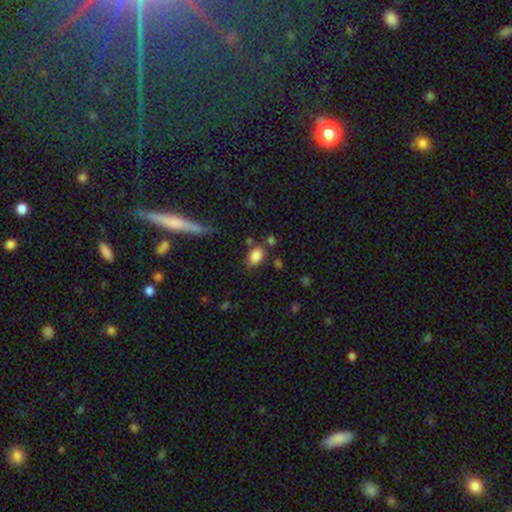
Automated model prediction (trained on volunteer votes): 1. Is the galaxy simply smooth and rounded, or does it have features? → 85% smooth, 9% star or artifact, 6% featured or disk.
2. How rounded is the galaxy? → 84% in between, 14% round, 2% cigar-shaped.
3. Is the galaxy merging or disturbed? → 68% none, 17% minor disturbance, 10% merger, 5% major disturbance.